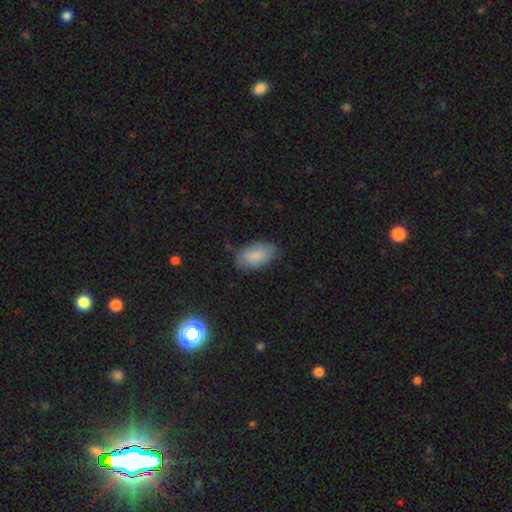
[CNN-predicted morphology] smooth-or-featured: smooth: 82% | featured or disk: 10% | star or artifact: 7%
  how-rounded: in between: 93% | round: 4% | cigar-shaped: 2%
  merging: none: 73% | minor disturbance: 21% | major disturbance: 4% | merger: 1%